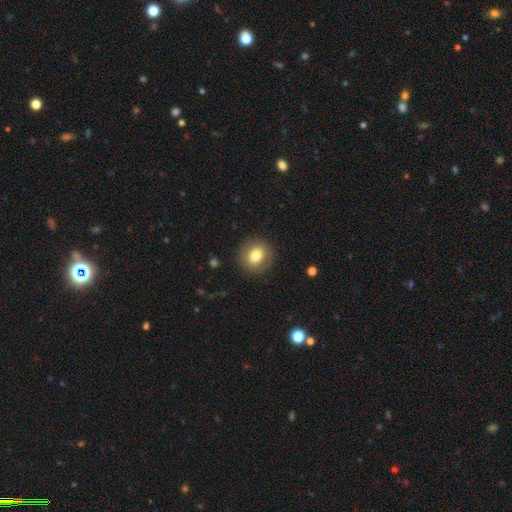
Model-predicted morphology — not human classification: The model was most divided on "smooth or featured": smooth: 78%, featured or disk: 13%, star or artifact: 9%. More confident: merging — none (88%); how rounded — round (84%).